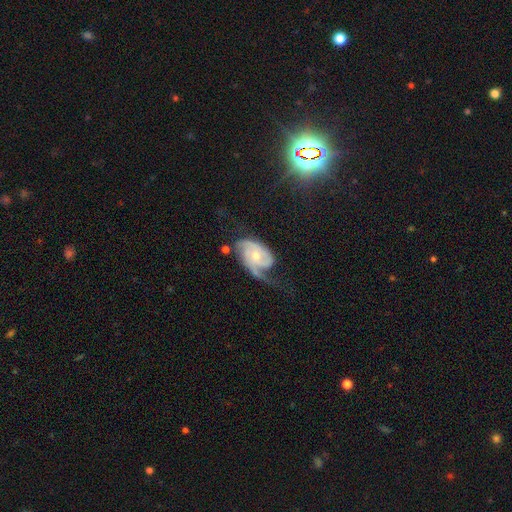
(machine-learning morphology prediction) Overall: featured or disk (82%). Edge-on disk: no (97%). Bar: no (68%). Spiral arms: yes (95%). Spiral arm count: 2 (47%; 1 19%). Spiral winding: medium (40%; tight 35%). Bulge size: moderate (50%; small 45%). Merging: none (39%; major disturbance 32%).